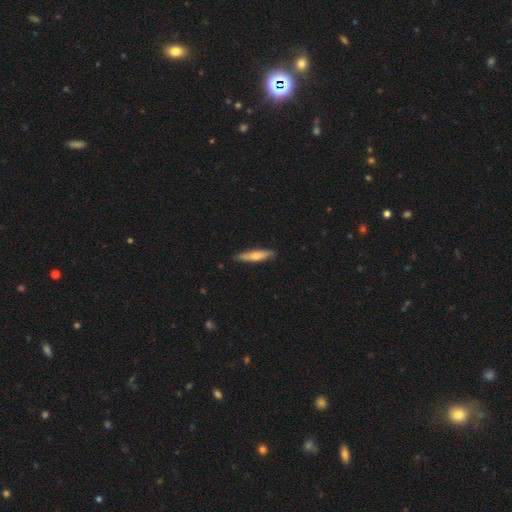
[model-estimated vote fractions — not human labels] Overall: smooth (57%; featured or disk 37%). How rounded: cigar-shaped (85%). Merging: none (86%).